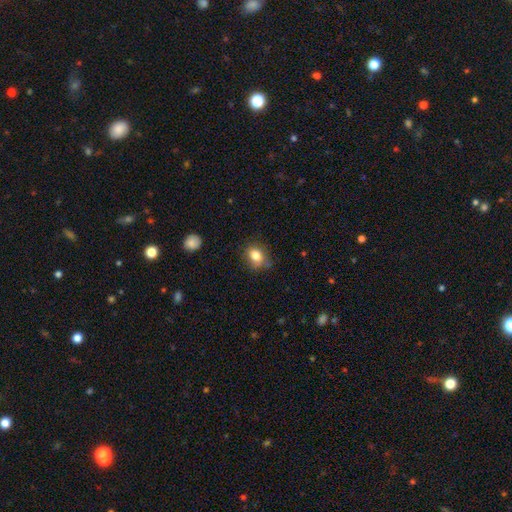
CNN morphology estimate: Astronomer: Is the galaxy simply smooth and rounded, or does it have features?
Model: smooth — 81%.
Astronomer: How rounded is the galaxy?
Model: in between — 53% (runner-up: round, 46%).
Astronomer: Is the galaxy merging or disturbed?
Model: none — 67%.